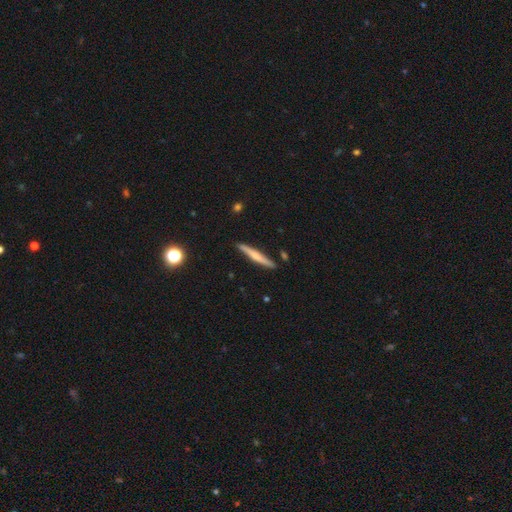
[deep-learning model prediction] This is possibly a smooth galaxy (48%). Merging: clearly none (88%).